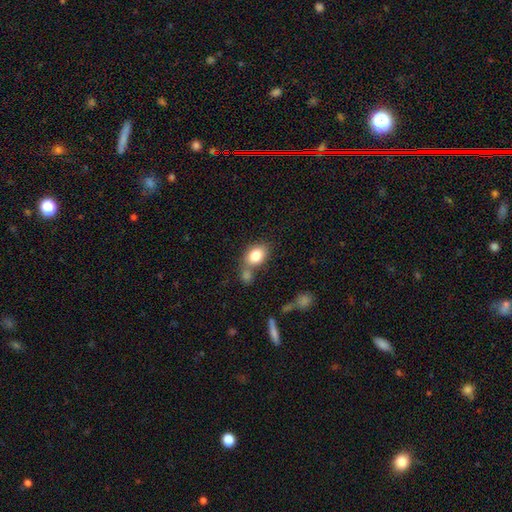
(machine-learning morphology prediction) A smooth galaxy with no disk features (81%) that is in between round and cigar-shaped (72%).

Vote fractions:
- Smooth or featured? smooth: 81% / featured or disk: 10% / star or artifact: 8%
- How rounded? in between: 72% / round: 27% / cigar-shaped: 1%
- Merging? none: 51% / merger: 30% / minor disturbance: 14% / major disturbance: 5%